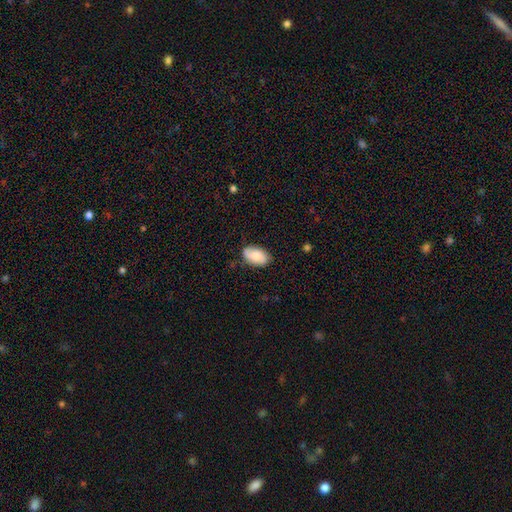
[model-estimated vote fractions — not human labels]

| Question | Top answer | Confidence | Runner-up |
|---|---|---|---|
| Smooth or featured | smooth | 65% | featured or disk (28%) |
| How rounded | in between | 91% | round (8%) |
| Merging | none | 78% | minor disturbance (17%) |